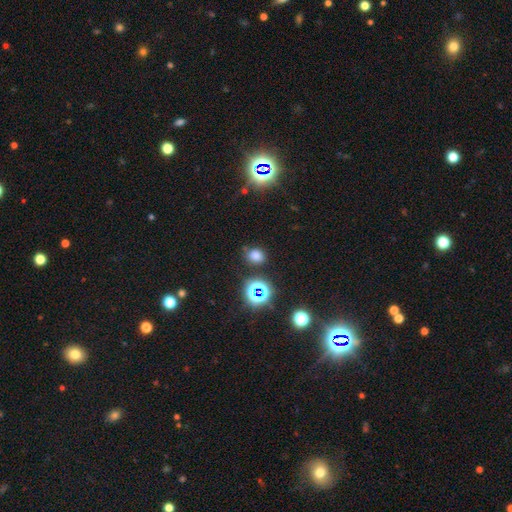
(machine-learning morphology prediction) Smooth or featured?
  - smooth: 69% *
  - star or artifact: 25%
  - featured or disk: 6%
How rounded?
  - round: 55% *
  - in between: 44%
  - cigar-shaped: 1%
Merging?
  - none: 77% *
  - minor disturbance: 14%
  - major disturbance: 5%
  - merger: 4%